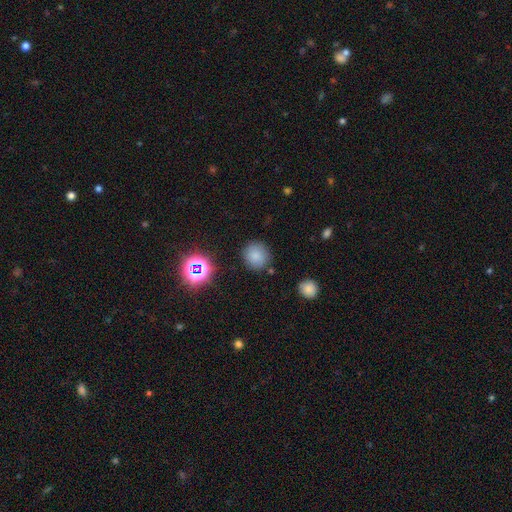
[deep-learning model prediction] Smooth or featured?
  - smooth: 79% *
  - star or artifact: 15%
  - featured or disk: 6%
How rounded?
  - round: 89% *
  - in between: 10%
  - cigar-shaped: 1%
Merging?
  - none: 84% *
  - minor disturbance: 10%
  - major disturbance: 3%
  - merger: 3%